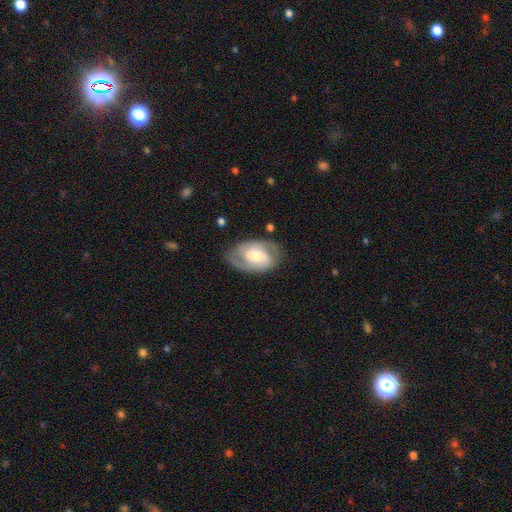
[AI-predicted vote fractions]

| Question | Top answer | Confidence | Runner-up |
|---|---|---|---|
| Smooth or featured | featured or disk | 76% | smooth (18%) |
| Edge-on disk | no | 96% | yes (4%) |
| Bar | no | 48% | weak (39%) |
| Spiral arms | yes | 91% | no (9%) |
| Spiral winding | medium | 46% | tight (39%) |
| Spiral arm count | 2 | 80% | can't tell (10%) |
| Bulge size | moderate | 61% | small (28%) |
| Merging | none | 75% | minor disturbance (17%) |